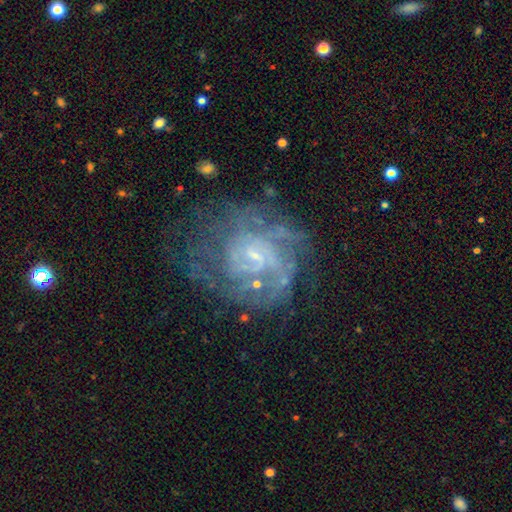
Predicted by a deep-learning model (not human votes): Smooth or featured? Predicted: featured or disk (p=0.80). Edge-on disk? Predicted: no (p=0.98). Bar? Predicted: no (p=0.54). Spiral arms? Predicted: yes (p=0.84). Spiral winding? Predicted: tight (p=0.57). Spiral arm count? Predicted: can't tell (p=0.47). Bulge size? Predicted: small (p=0.69). Merging? Predicted: none (p=0.61).